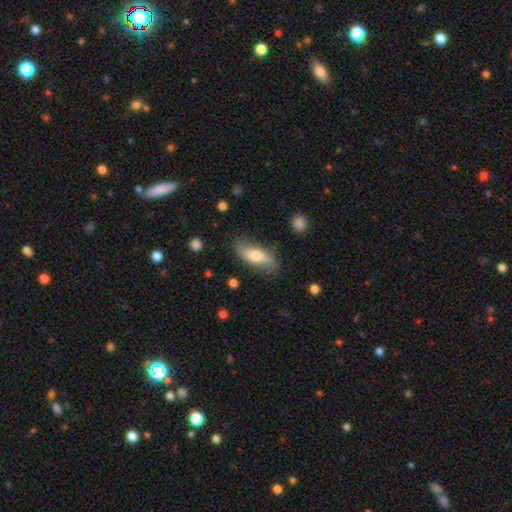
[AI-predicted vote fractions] A smooth galaxy with no disk features (56%) that is in between round and cigar-shaped (73%).

Vote fractions:
- Smooth or featured? smooth: 56% / featured or disk: 38% / star or artifact: 6%
- How rounded? in between: 73% / cigar-shaped: 24% / round: 3%
- Merging? none: 72% / minor disturbance: 20% / major disturbance: 6% / merger: 2%